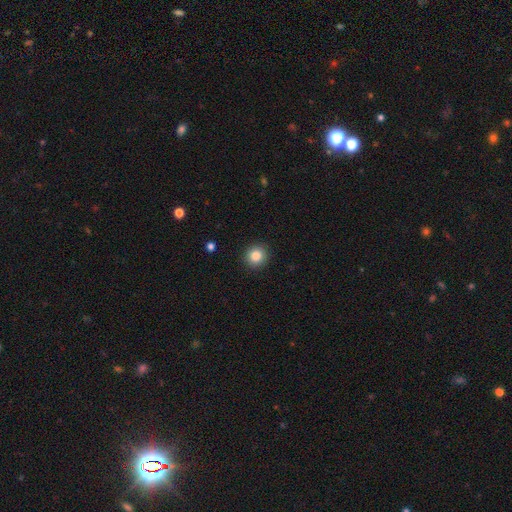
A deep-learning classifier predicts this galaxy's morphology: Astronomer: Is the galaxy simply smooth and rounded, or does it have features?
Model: smooth — 85%.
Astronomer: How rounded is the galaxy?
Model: round — 90%.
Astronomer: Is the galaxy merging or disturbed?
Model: none — 91%.